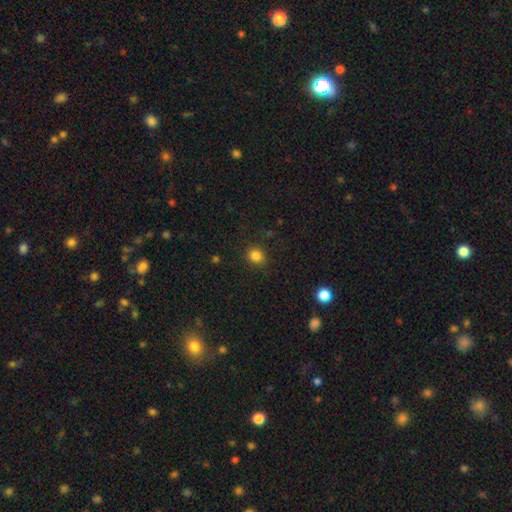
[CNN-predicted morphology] This is clearly a smooth galaxy (83%). How rounded: likely round (78%). Merging: clearly none (89%).